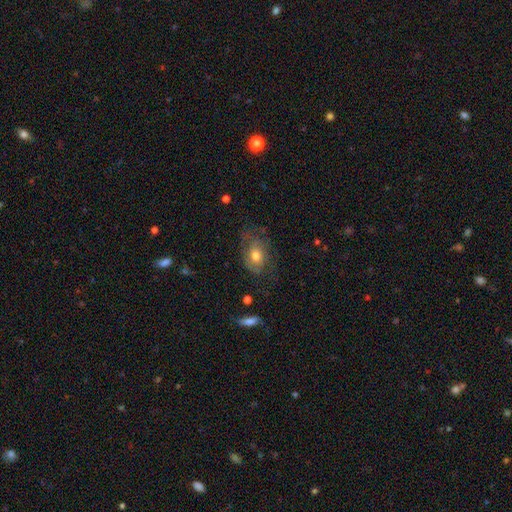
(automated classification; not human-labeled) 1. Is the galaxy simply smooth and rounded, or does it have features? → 47% featured or disk, 44% smooth, 9% star or artifact.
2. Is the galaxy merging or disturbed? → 53% none, 25% minor disturbance, 21% major disturbance, 2% merger.